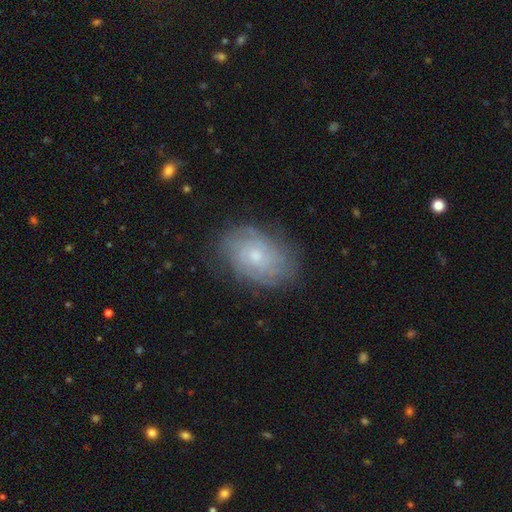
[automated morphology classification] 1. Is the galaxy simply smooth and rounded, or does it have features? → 69% featured or disk, 24% smooth, 8% star or artifact.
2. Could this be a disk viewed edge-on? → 96% no, 4% yes.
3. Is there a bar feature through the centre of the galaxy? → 77% no, 20% weak, 3% strong.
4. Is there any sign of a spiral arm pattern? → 88% yes, 12% no.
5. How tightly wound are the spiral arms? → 69% tight, 23% medium, 7% loose.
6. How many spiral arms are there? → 55% can't tell, 12% 2, 11% 3, 11% 4, 6% more than 4, 5% 1.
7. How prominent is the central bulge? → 53% small, 42% moderate, 2% none, 2% large, 1% dominant.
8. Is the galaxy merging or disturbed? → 76% none, 17% minor disturbance, 6% major disturbance, 1% merger.